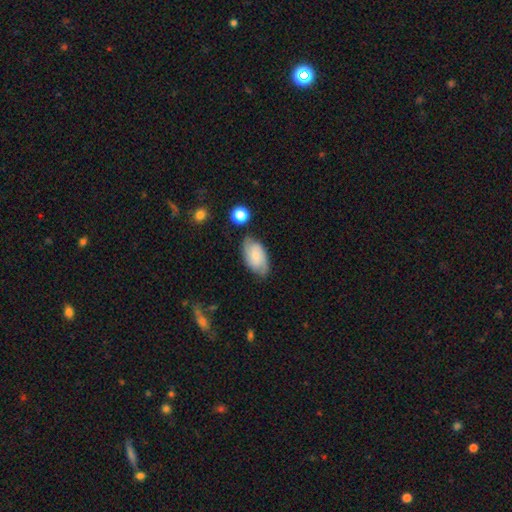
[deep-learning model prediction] Overall: featured or disk (48%; smooth 44%). Merging: none (72%).